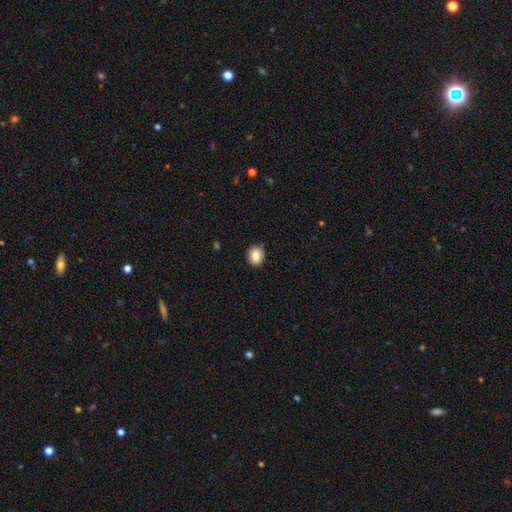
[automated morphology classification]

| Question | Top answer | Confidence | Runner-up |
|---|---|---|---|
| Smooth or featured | smooth | 84% | star or artifact (9%) |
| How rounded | round | 61% | in between (38%) |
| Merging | none | 81% | minor disturbance (15%) |